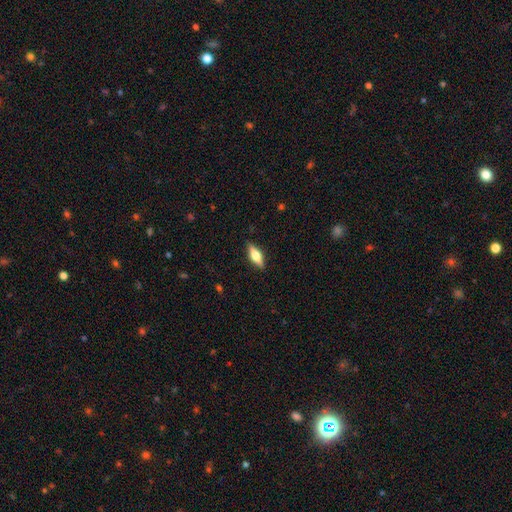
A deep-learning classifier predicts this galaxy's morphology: This appears to be a featured or disk galaxy (52%) viewed edge-on (94%). Merging: none (88%).